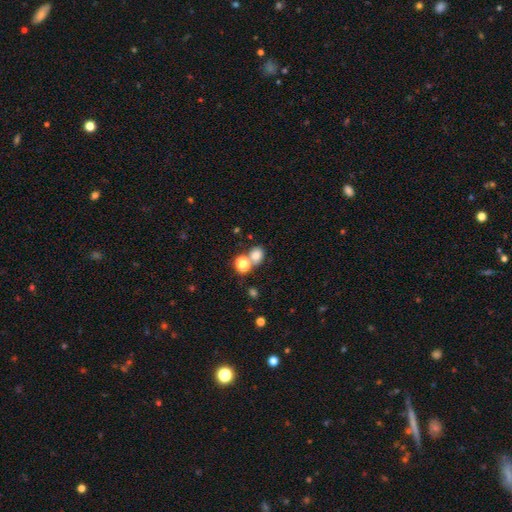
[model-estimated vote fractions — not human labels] Smooth or featured: smooth — 77% (star or artifact — 15%)
How rounded: round — 64% (in between — 35%)
Merging: none — 53% (merger — 34%)